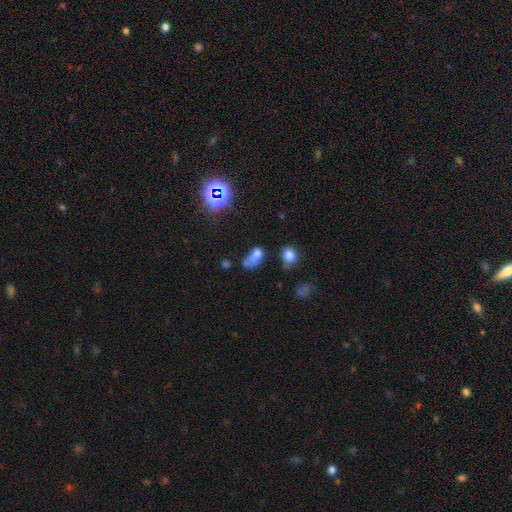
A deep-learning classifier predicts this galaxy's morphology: Q: Smooth or featured?
A: smooth (60%); runner-up: star or artifact (21%)
Q: How rounded?
A: in between (73%); runner-up: round (23%)
Q: Merging?
A: merger (35%); runner-up: none (23%)